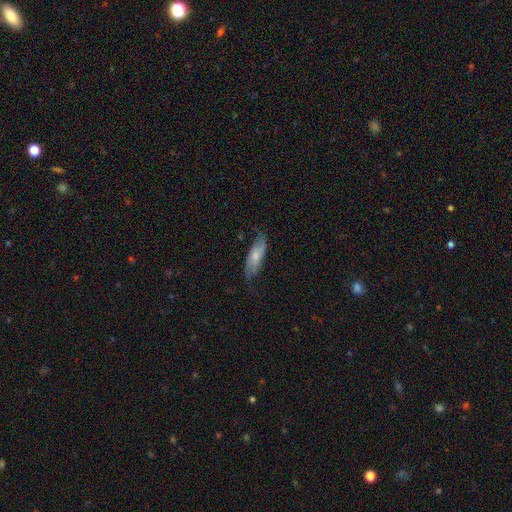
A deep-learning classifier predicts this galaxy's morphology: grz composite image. It shows a smooth galaxy with no disk features (57%) that is in between round and cigar-shaped (58%). Merging: none (64%).